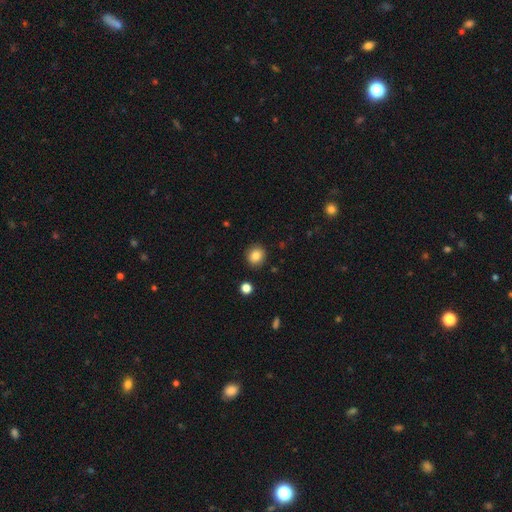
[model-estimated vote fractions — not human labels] Morphology: type=smooth (84%); roundness=round (84%); merging=none (90%).